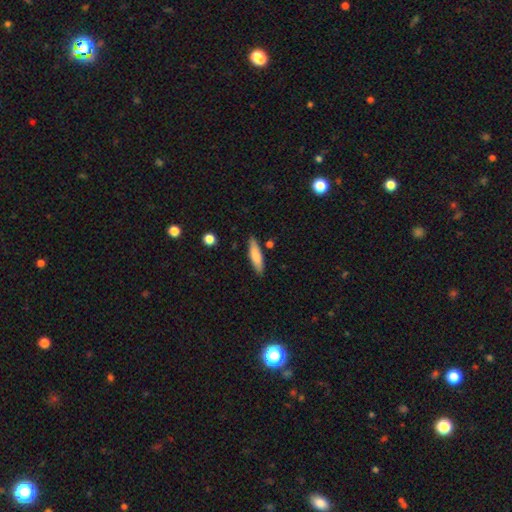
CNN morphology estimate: Smooth or featured: smooth — 78% (featured or disk — 16%)
How rounded: cigar-shaped — 70% (in between — 28%)
Merging: none — 84% (minor disturbance — 11%)